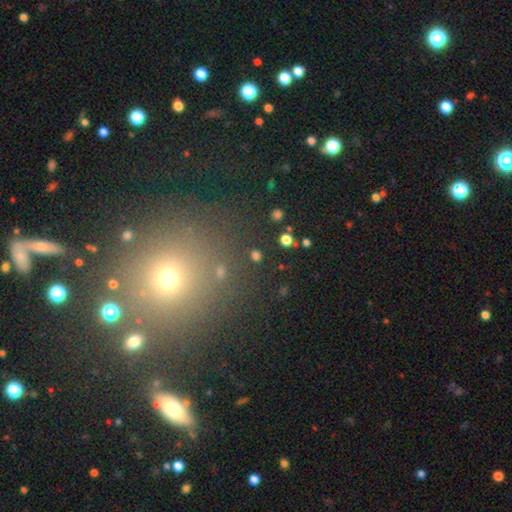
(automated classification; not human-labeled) Smooth or featured?
  - smooth: 69% *
  - star or artifact: 23%
  - featured or disk: 7%
How rounded?
  - round: 84% *
  - in between: 15%
  - cigar-shaped: 2%
Merging?
  - none: 87% *
  - minor disturbance: 6%
  - merger: 4%
  - major disturbance: 3%